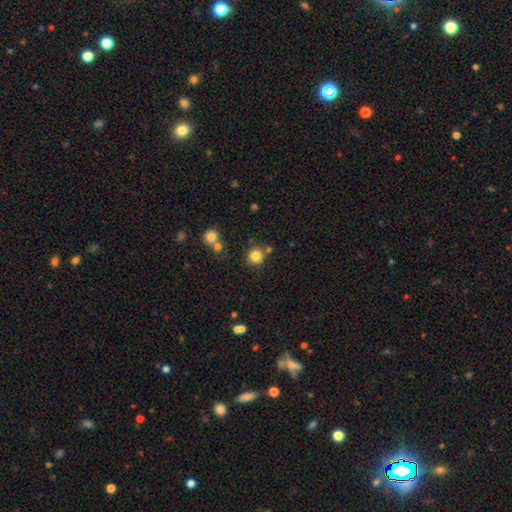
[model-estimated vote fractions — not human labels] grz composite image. It shows a smooth galaxy with no disk features (82%) that is round (91%). Merging: none (77%).